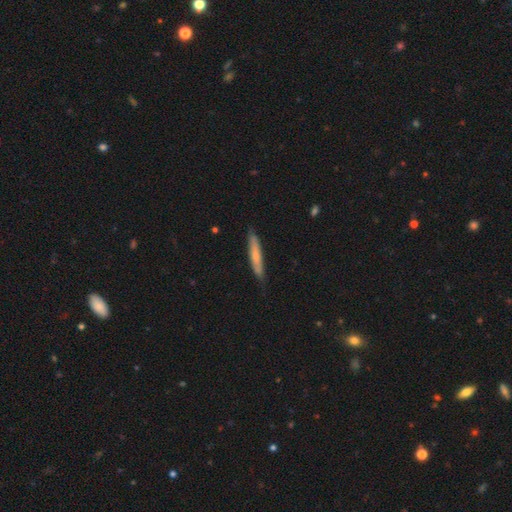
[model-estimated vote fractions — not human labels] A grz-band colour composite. It shows a smooth galaxy with no disk features (65%) that is cigar-shaped (92%). Merging: none (82%).